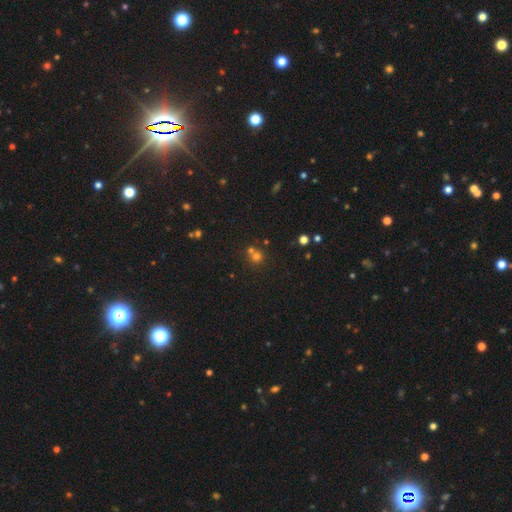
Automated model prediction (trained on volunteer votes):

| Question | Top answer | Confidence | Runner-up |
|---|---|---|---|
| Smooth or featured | smooth | 57% | star or artifact (32%) |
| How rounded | round | 89% | in between (10%) |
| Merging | none | 58% | merger (33%) |